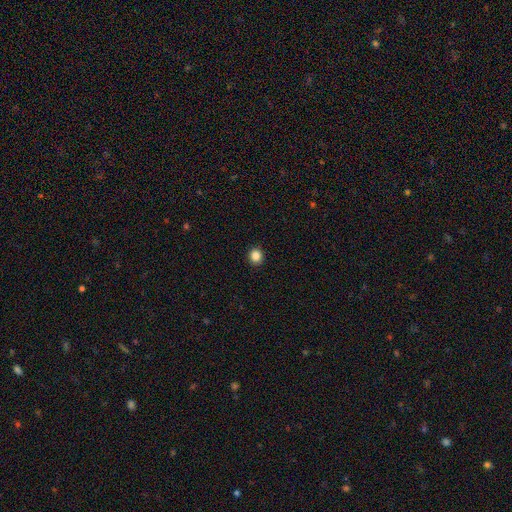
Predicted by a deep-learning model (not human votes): Morphology: type=smooth (86%); roundness=round (87%); merging=none (93%).